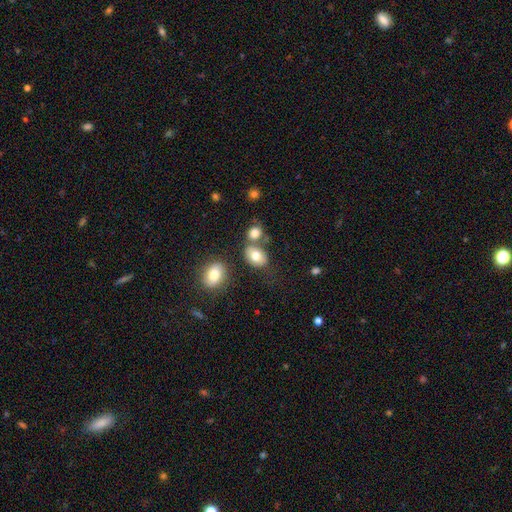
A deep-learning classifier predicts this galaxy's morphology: A smooth galaxy with no disk features (78%) that is in between round and cigar-shaped (73%). Merging: none (61%).